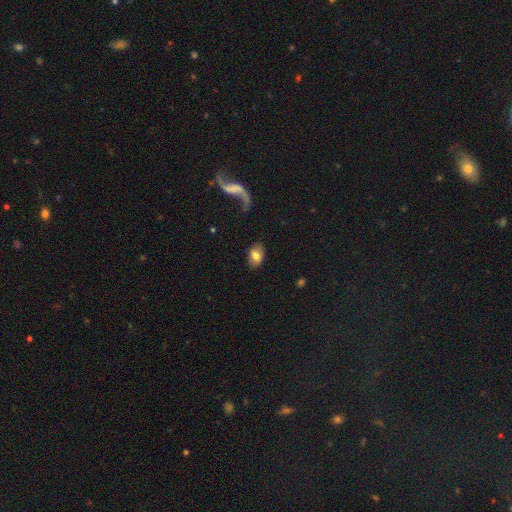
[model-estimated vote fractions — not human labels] Smooth or featured?
  - smooth: 71% *
  - featured or disk: 22%
  - star or artifact: 7%
How rounded?
  - in between: 84% *
  - round: 14%
  - cigar-shaped: 2%
Merging?
  - none: 79% *
  - minor disturbance: 12%
  - major disturbance: 6%
  - merger: 2%